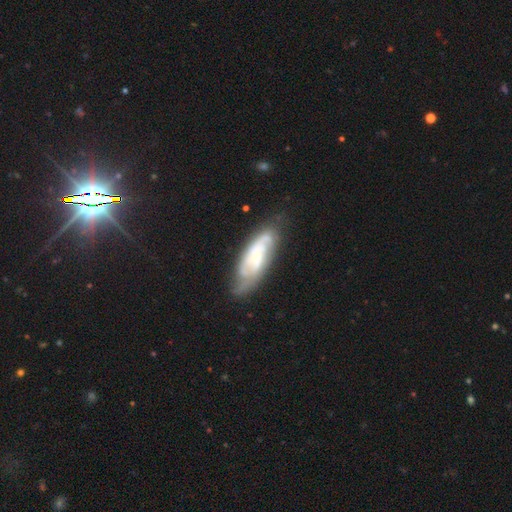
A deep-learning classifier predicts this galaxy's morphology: A featured or disk galaxy (67%) with no bar (59%), spiral arms (87%) and a small central bulge (44%).

Vote fractions:
- Smooth or featured? featured or disk: 67% / smooth: 26% / star or artifact: 7%
- Edge-on disk? no: 84% / yes: 16%
- Bar? no: 59% / weak: 31% / strong: 10%
- Spiral arms? yes: 87% / no: 13%
- Bulge size? small: 44% / moderate: 26% / none: 20% / large: 8% / dominant: 2%
- Merging? none: 66% / minor disturbance: 23% / major disturbance: 9% / merger: 3%